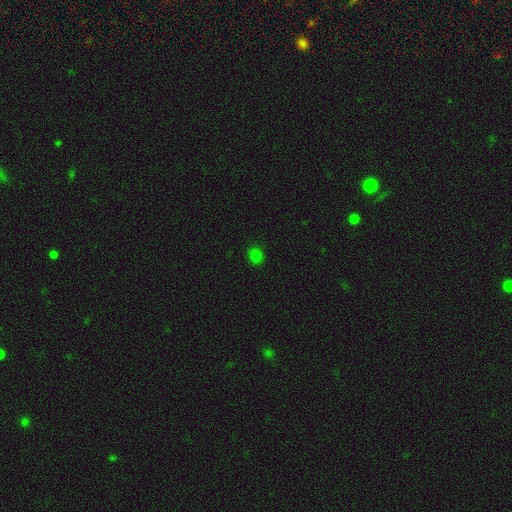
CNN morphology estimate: A smooth galaxy with no disk features (79%) that is round (75%). Merging: none (89%).